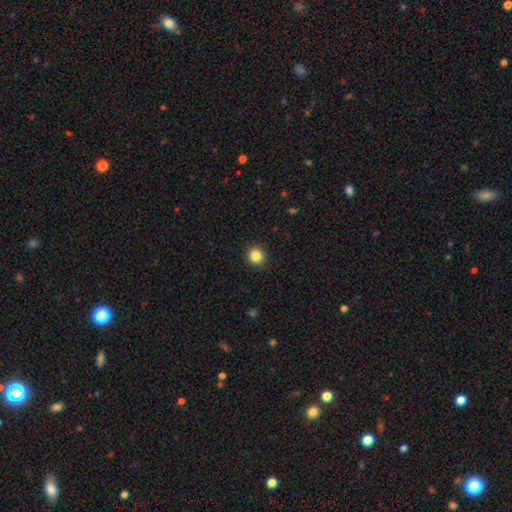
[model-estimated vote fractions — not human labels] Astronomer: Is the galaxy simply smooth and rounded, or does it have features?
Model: smooth — 85%.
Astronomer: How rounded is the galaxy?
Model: round — 91%.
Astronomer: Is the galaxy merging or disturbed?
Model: none — 92%.